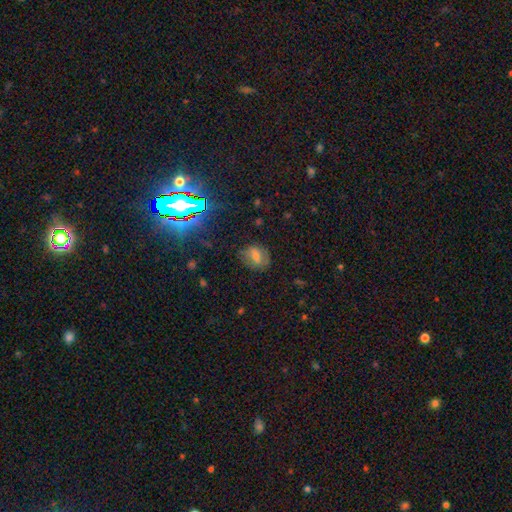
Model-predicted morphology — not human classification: smooth-or-featured: smooth: 48% | star or artifact: 28% | featured or disk: 25%
  merging: none: 75% | minor disturbance: 16% | major disturbance: 7% | merger: 2%